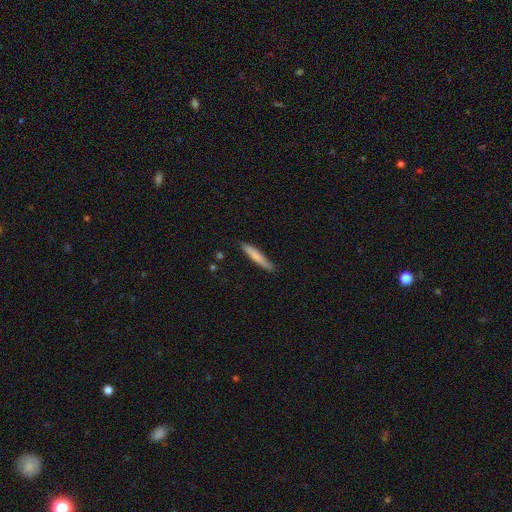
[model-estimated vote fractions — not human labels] Overall: smooth (76%). How rounded: cigar-shaped (92%). Merging: none (82%).